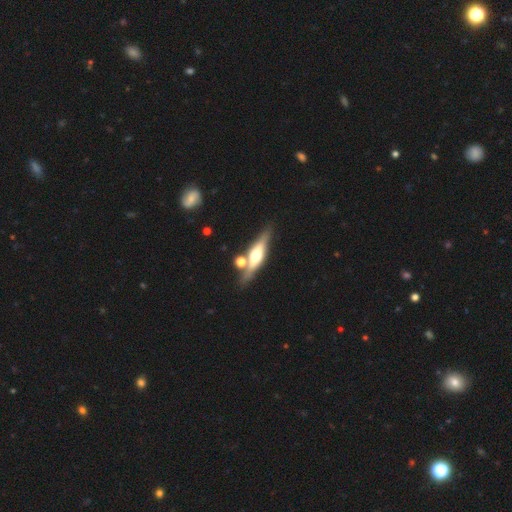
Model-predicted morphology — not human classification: Smooth or featured: featured or disk — 67% (smooth — 26%)
Edge-on disk: yes — 93% (no — 7%)
Edge-on bulge: rounded — 88% (boxy — 9%)
Merging: none — 72% (merger — 13%)